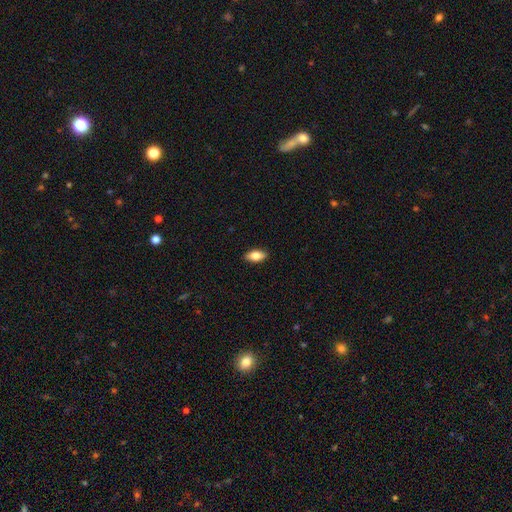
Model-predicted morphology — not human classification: A smooth galaxy with no disk features (80%) that is in between round and cigar-shaped (88%). Merging: none (90%).